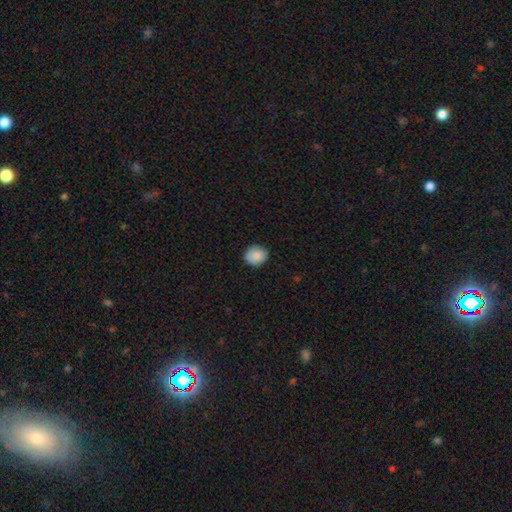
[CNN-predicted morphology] This is clearly a smooth galaxy (87%). How rounded: likely round (78%). Merging: clearly none (84%).